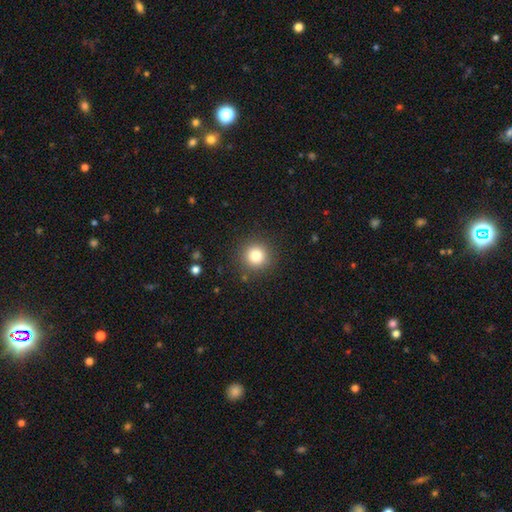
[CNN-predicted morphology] Smooth or featured: smooth — 81% (star or artifact — 12%)
How rounded: round — 94% (in between — 5%)
Merging: none — 89% (minor disturbance — 7%)